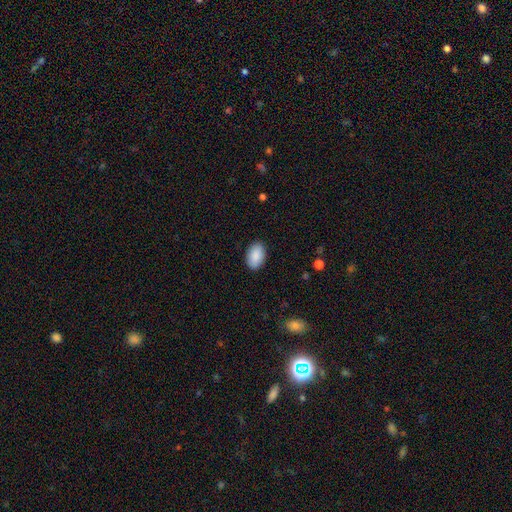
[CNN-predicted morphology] Smooth or featured?
  - smooth: 90% *
  - star or artifact: 6%
  - featured or disk: 4%
How rounded?
  - in between: 92% *
  - round: 6%
  - cigar-shaped: 1%
Merging?
  - none: 89% *
  - minor disturbance: 8%
  - major disturbance: 2%
  - merger: 1%